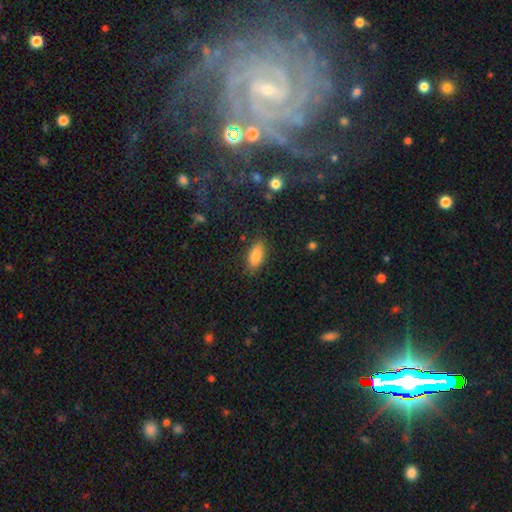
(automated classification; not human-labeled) A smooth galaxy with no disk features (84%) that is in between round and cigar-shaped (87%).

Vote fractions:
- Smooth or featured? smooth: 84% / featured or disk: 8% / star or artifact: 8%
- How rounded? in between: 87% / cigar-shaped: 10% / round: 3%
- Merging? none: 83% / minor disturbance: 12% / major disturbance: 3% / merger: 1%